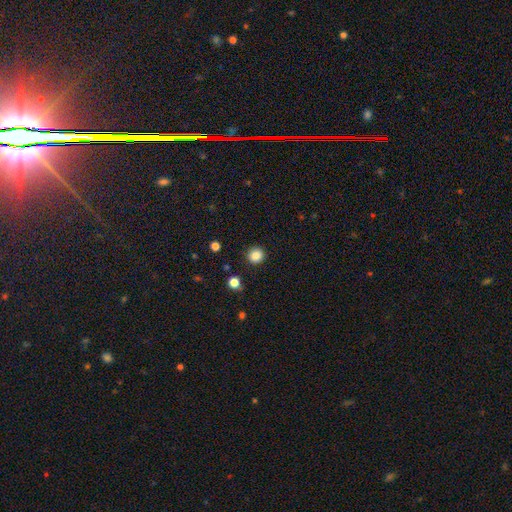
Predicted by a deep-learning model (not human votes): Smooth or featured: smooth — 86% (star or artifact — 11%)
How rounded: round — 94% (in between — 5%)
Merging: none — 92% (minor disturbance — 5%)